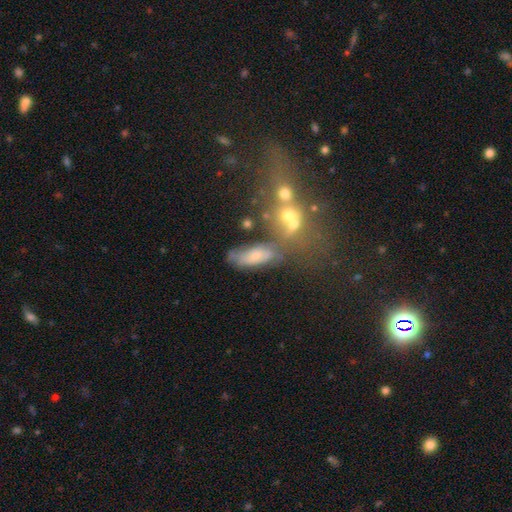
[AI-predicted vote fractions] smooth_or_featured: smooth (p=0.54) [alt: featured or disk p=0.34]
how_rounded: in between (p=0.72) [alt: cigar-shaped p=0.22]
merging: none (p=0.46) [alt: minor disturbance p=0.22]